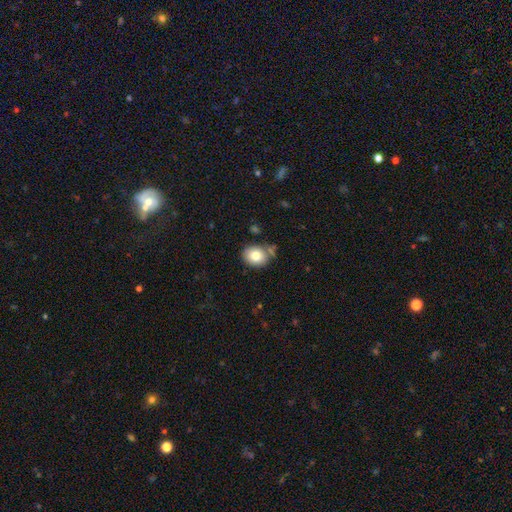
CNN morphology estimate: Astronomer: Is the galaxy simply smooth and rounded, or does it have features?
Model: smooth — 79%.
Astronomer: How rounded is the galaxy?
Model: round — 53% (runner-up: in between, 46%).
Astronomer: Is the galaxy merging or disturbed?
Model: none — 72%.